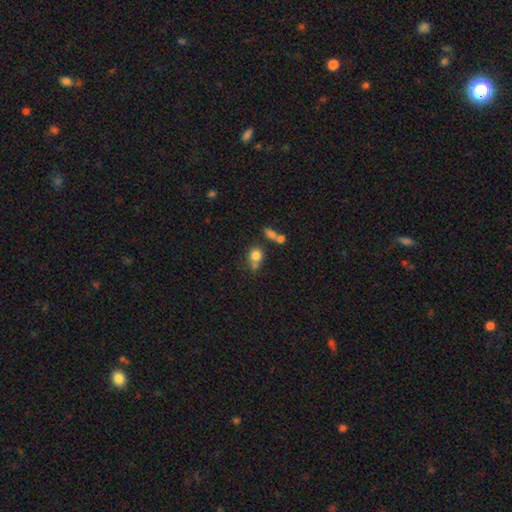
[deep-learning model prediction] Overall: smooth (78%). How rounded: round (75%). Merging: none (48%; merger 32%).